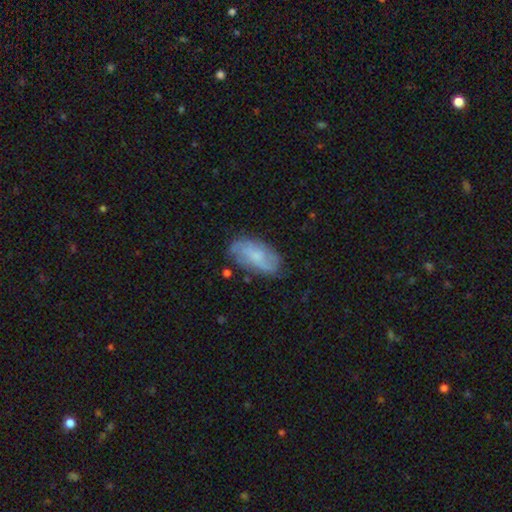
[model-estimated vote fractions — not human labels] smooth-or-featured: smooth: 48% | featured or disk: 45% | star or artifact: 7%
  merging: none: 69% | minor disturbance: 22% | major disturbance: 6% | merger: 2%